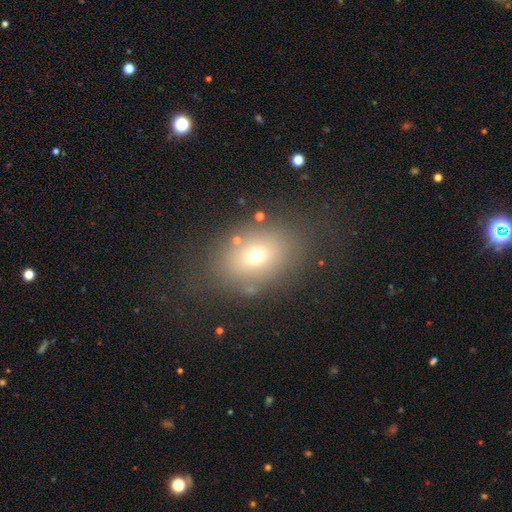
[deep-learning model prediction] The model was most divided on "how rounded": in between: 61%, round: 38%, cigar-shaped: 1%. More confident: merging — none (73%); smooth or featured — smooth (66%).